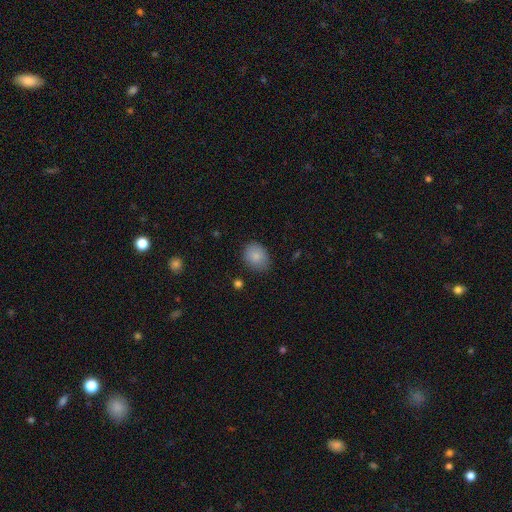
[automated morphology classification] Overall: smooth (85%). How rounded: in between (57%; round 42%). Merging: none (80%).